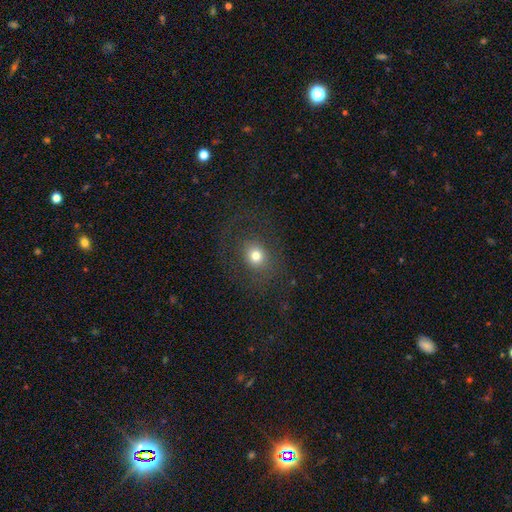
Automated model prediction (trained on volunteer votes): The model was most divided on "how rounded": round: 67%, in between: 32%, cigar-shaped: 1%. More confident: merging — none (73%); smooth or featured — smooth (72%).